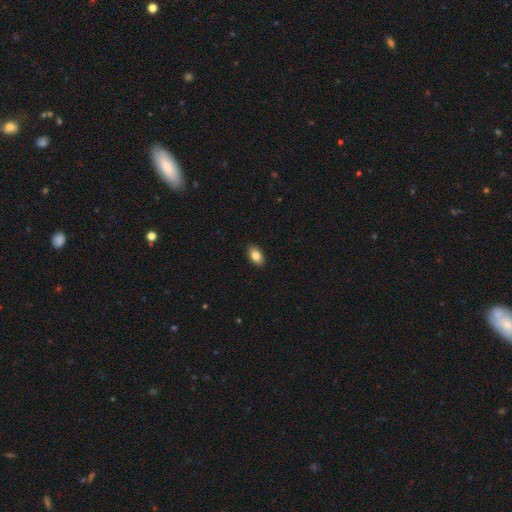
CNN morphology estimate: Q: Smooth or featured?
A: smooth (84%); runner-up: featured or disk (8%)
Q: How rounded?
A: in between (91%); runner-up: round (8%)
Q: Merging?
A: none (90%); runner-up: minor disturbance (8%)